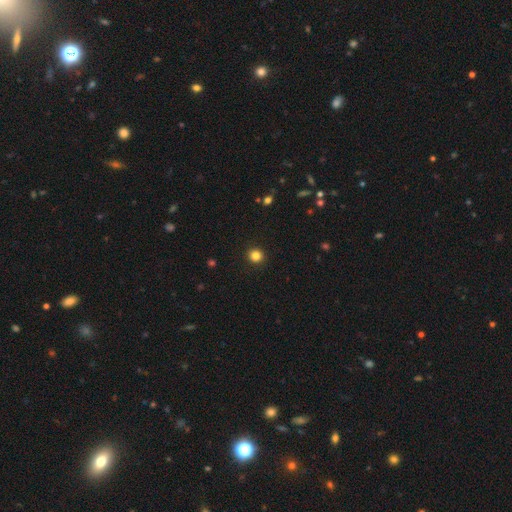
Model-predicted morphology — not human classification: smooth_or_featured: smooth (p=0.84) [alt: star or artifact p=0.12]
how_rounded: round (p=0.93) [alt: in between p=0.06]
merging: none (p=0.93) [alt: minor disturbance p=0.04]